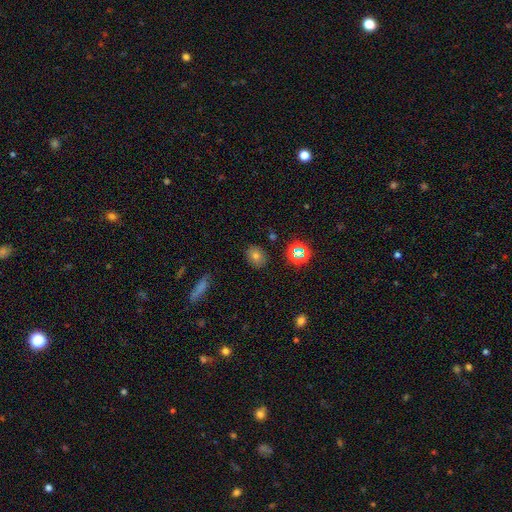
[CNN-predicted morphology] Smooth or featured?
  - smooth: 72% *
  - star or artifact: 18%
  - featured or disk: 10%
How rounded?
  - in between: 50% *
  - round: 49%
  - cigar-shaped: 1%
Merging?
  - none: 85% *
  - minor disturbance: 10%
  - major disturbance: 3%
  - merger: 2%